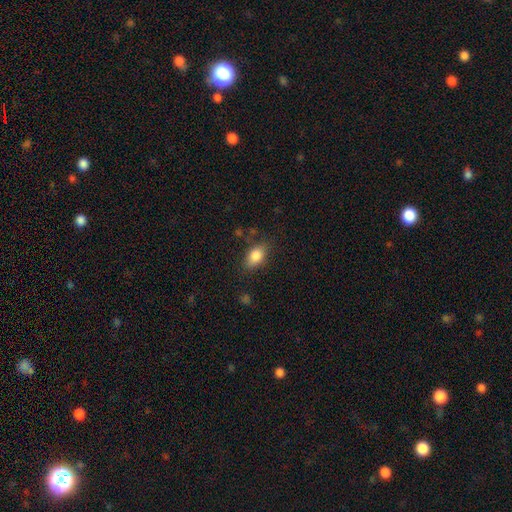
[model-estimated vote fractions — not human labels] Smooth or featured: smooth — 83% (featured or disk — 9%)
How rounded: in between — 84% (round — 12%)
Merging: none — 75% (minor disturbance — 18%)